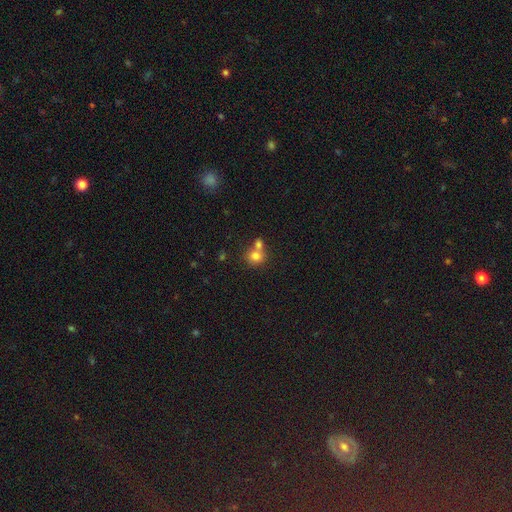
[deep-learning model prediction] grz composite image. It shows a smooth galaxy with no disk features (78%) that is round (78%). Merging: merger (48%).